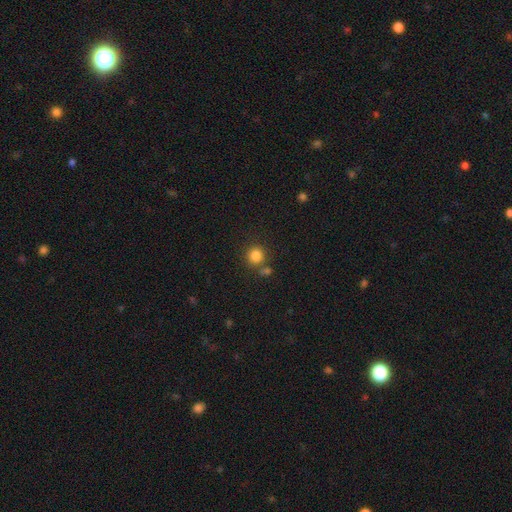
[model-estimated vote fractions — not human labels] Smooth or featured: smooth — 83% (star or artifact — 12%)
How rounded: round — 91% (in between — 8%)
Merging: none — 73% (merger — 15%)